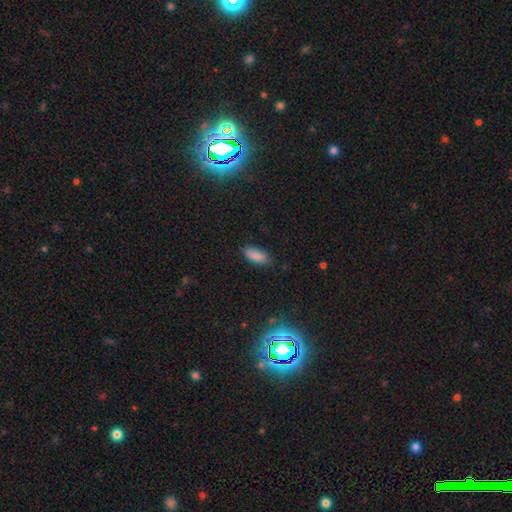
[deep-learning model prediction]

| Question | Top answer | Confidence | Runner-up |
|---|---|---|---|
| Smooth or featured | smooth | 87% | star or artifact (8%) |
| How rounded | in between | 86% | cigar-shaped (12%) |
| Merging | none | 81% | minor disturbance (15%) |